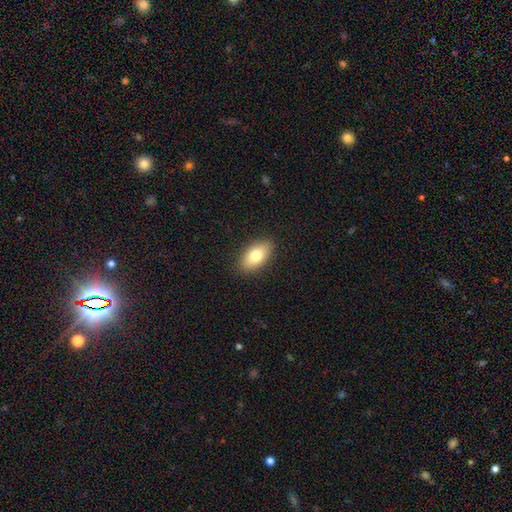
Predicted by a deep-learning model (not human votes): This appears to be a smooth galaxy with no disk features (79%) that is in between round and cigar-shaped (91%). Merging: none (89%).